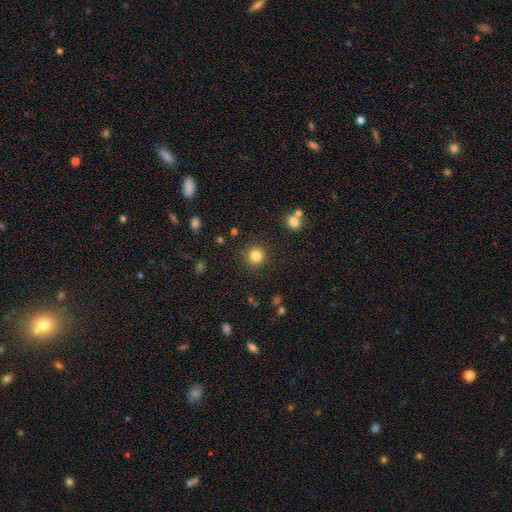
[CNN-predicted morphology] Smooth or featured: smooth — 83% (star or artifact — 12%)
How rounded: round — 94% (in between — 5%)
Merging: none — 90% (minor disturbance — 6%)